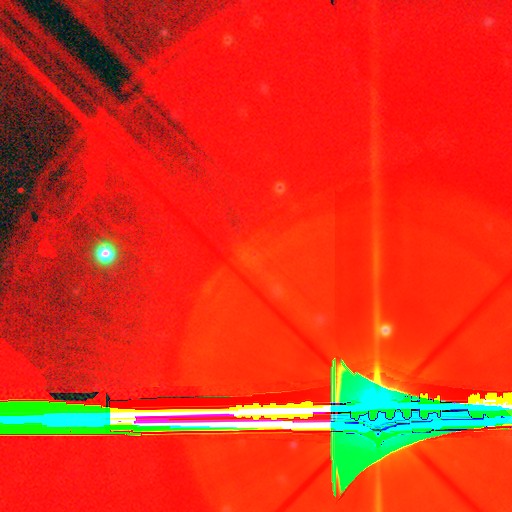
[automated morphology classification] Q: Smooth or featured?
A: star or artifact (89%); runner-up: featured or disk (7%)